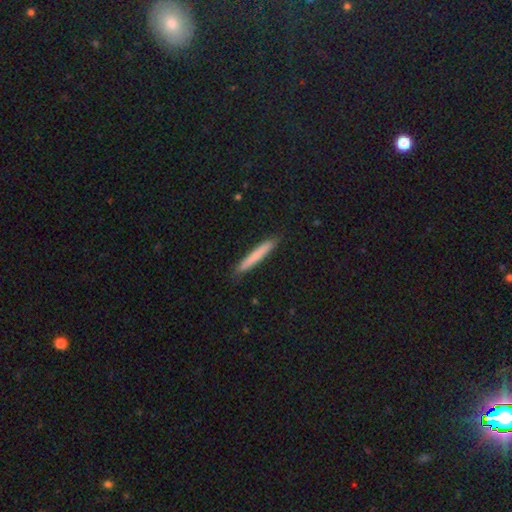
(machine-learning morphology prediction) Smooth or featured: smooth — 74% (featured or disk — 20%)
How rounded: cigar-shaped — 96% (in between — 3%)
Merging: none — 90% (minor disturbance — 8%)